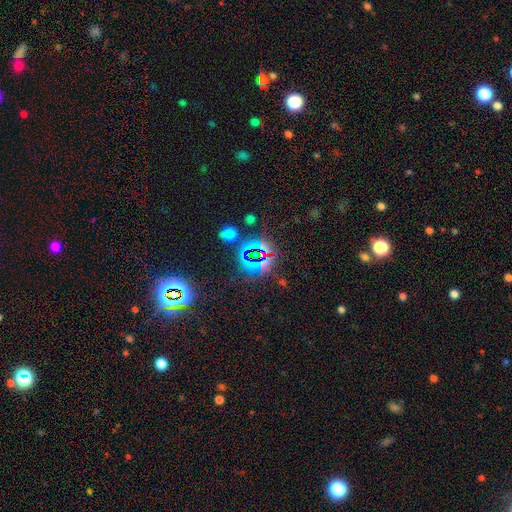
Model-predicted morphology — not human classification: The model was most divided on "smooth or featured": star or artifact: 74%, smooth: 17%, featured or disk: 10%.